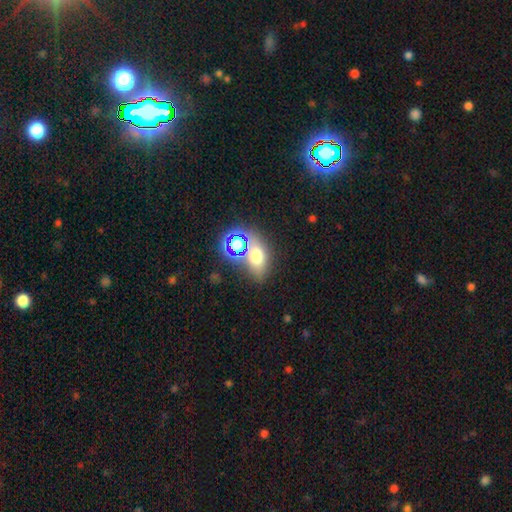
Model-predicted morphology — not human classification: This appears to be a smooth galaxy with no disk features (58%) that is in between round and cigar-shaped (68%). Merging: none (66%).